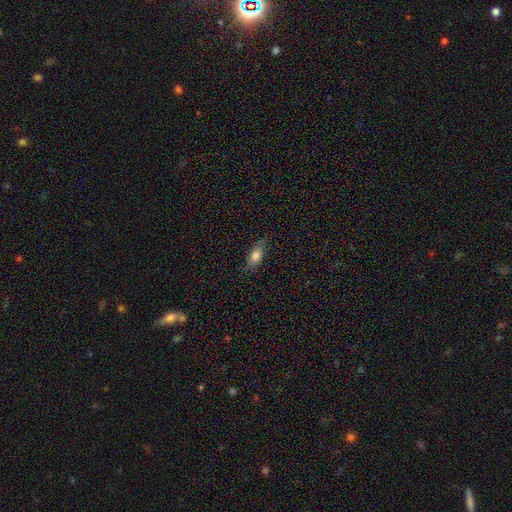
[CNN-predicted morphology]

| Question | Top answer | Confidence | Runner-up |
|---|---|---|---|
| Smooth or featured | smooth | 76% | featured or disk (16%) |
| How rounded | in between | 80% | cigar-shaped (15%) |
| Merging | none | 73% | minor disturbance (21%) |